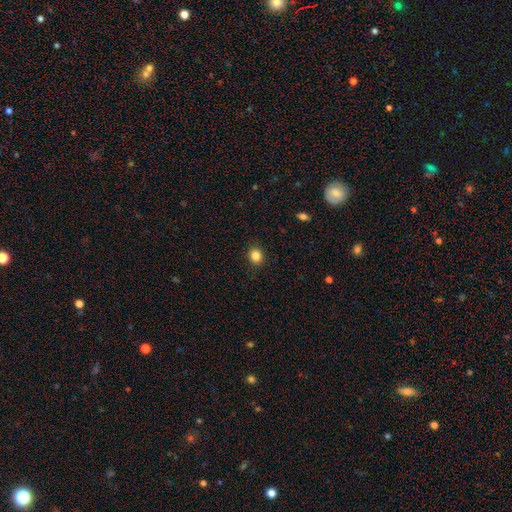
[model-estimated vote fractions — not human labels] This is clearly a smooth galaxy (85%). How rounded: likely round (78%). Merging: clearly none (91%).